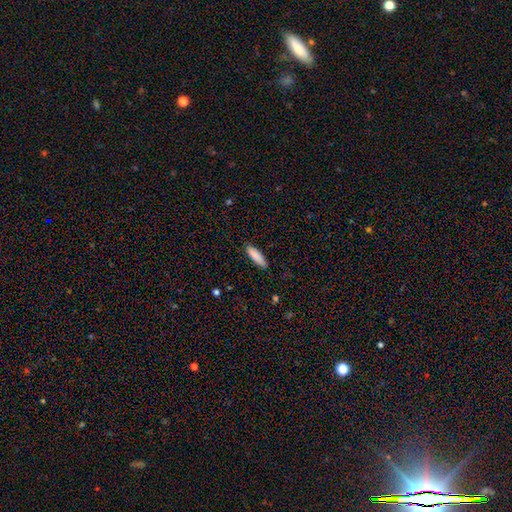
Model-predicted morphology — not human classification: The model was most divided on "how rounded": cigar-shaped: 57%, in between: 42%, round: 1%. More confident: smooth or featured — smooth (88%); merging — none (88%).